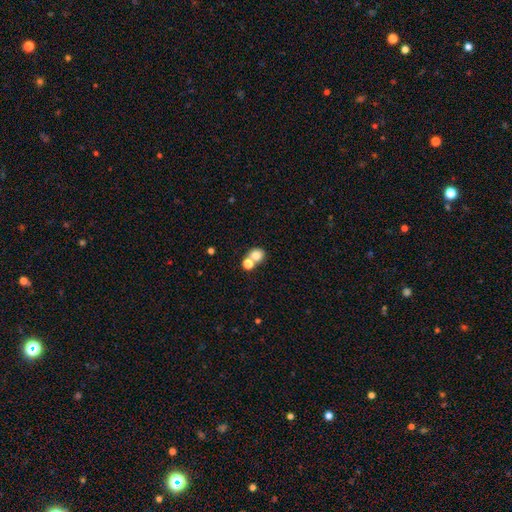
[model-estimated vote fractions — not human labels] Smooth or featured? Predicted: smooth (p=0.78). How rounded? Predicted: round (p=0.78). Merging? Predicted: merger (p=0.47).